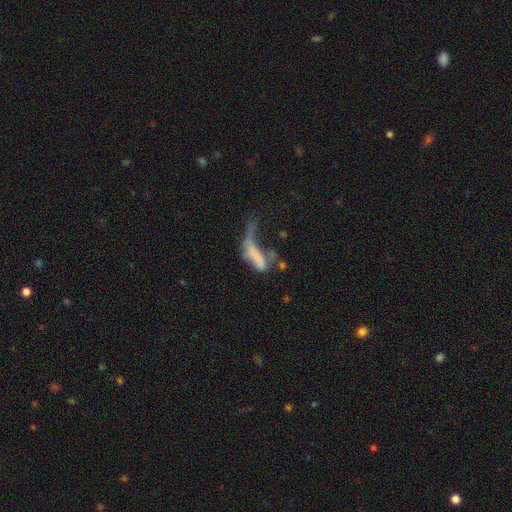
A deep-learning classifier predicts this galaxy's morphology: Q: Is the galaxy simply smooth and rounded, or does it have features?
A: smooth — 49%.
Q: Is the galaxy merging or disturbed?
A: major disturbance — 52%.